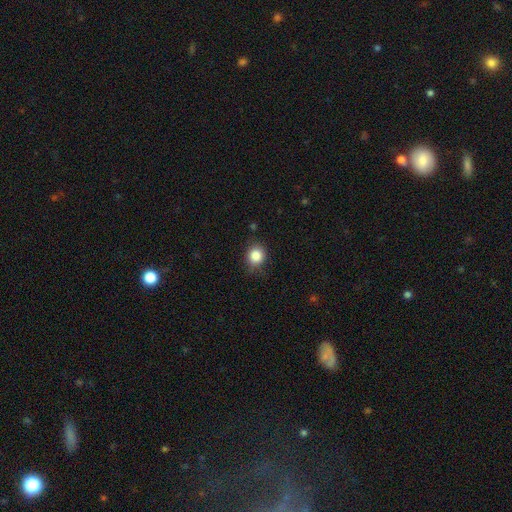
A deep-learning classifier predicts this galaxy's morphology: smooth-or-featured: smooth: 85% | star or artifact: 10% | featured or disk: 5%
  how-rounded: round: 77% | in between: 22% | cigar-shaped: 1%
  merging: none: 78% | minor disturbance: 17% | major disturbance: 4% | merger: 1%